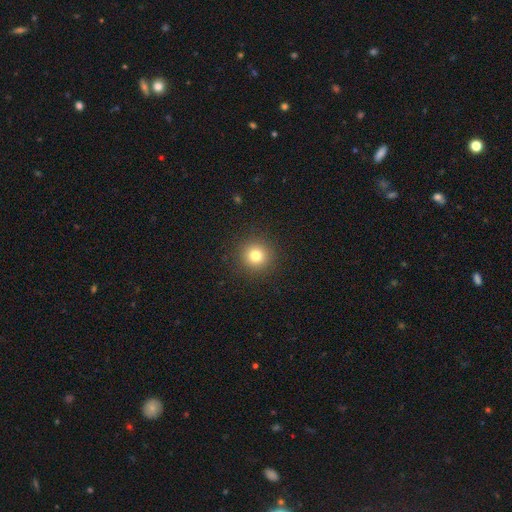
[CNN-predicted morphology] smooth-or-featured: smooth: 79% | star or artifact: 14% | featured or disk: 8%
  how-rounded: round: 95% | in between: 5% | cigar-shaped: 1%
  merging: none: 91% | minor disturbance: 5% | major disturbance: 2% | merger: 1%